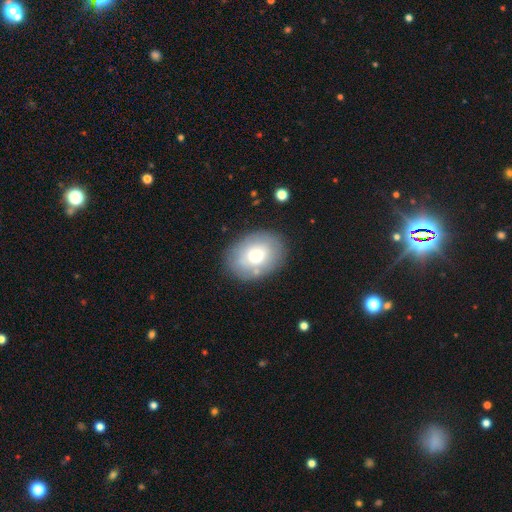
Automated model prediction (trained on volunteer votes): A smooth galaxy with no disk features (73%) that is in between round and cigar-shaped (71%).

Vote fractions:
- Smooth or featured? smooth: 73% / featured or disk: 19% / star or artifact: 8%
- How rounded? in between: 71% / round: 28% / cigar-shaped: 1%
- Merging? none: 78% / minor disturbance: 14% / major disturbance: 5% / merger: 3%